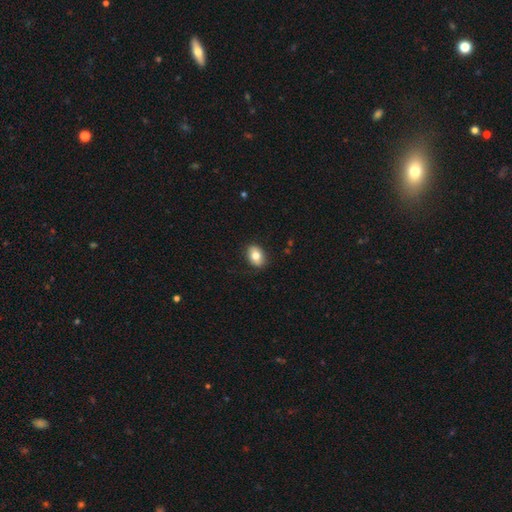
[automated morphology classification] Smooth or featured? smooth (80%)
How rounded? in between (79%)
Merging? none (87%)